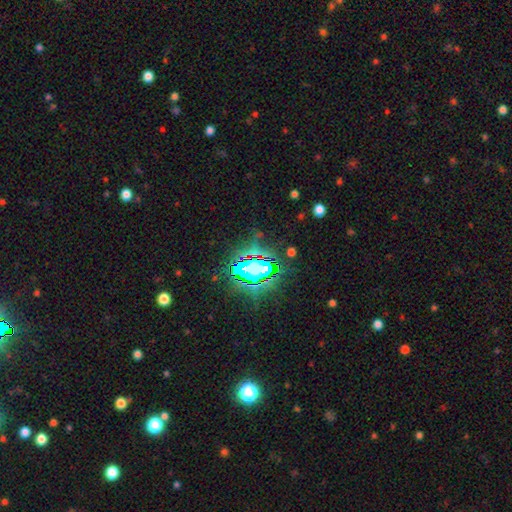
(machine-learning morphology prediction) Smooth or featured: star or artifact — 84% (smooth — 9%)